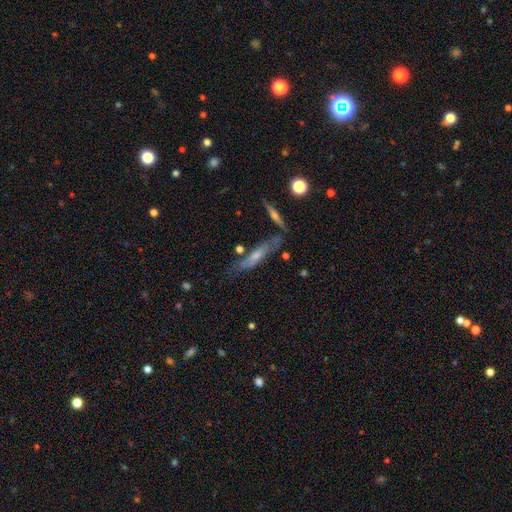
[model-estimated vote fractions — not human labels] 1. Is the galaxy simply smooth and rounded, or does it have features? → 56% featured or disk, 34% smooth, 9% star or artifact.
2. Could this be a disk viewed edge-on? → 73% yes, 27% no.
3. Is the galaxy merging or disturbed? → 67% none, 18% minor disturbance, 9% merger, 6% major disturbance.